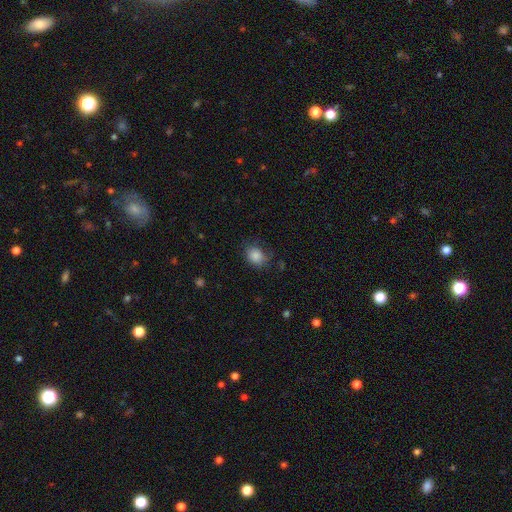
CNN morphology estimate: smooth_or_featured: smooth (p=0.85) [alt: star or artifact p=0.09]
how_rounded: in between (p=0.50) [alt: round p=0.49]
merging: none (p=0.67) [alt: minor disturbance p=0.24]